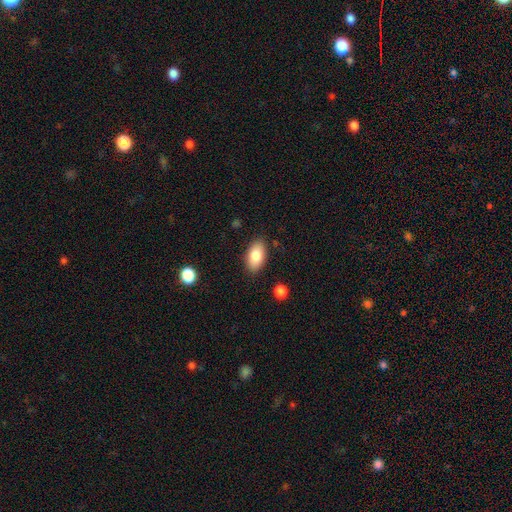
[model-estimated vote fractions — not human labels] smooth 84%, featured or disk 10%, star or artifact 7%. Down the decision tree: how rounded — in between (94%); merging — none (86%).